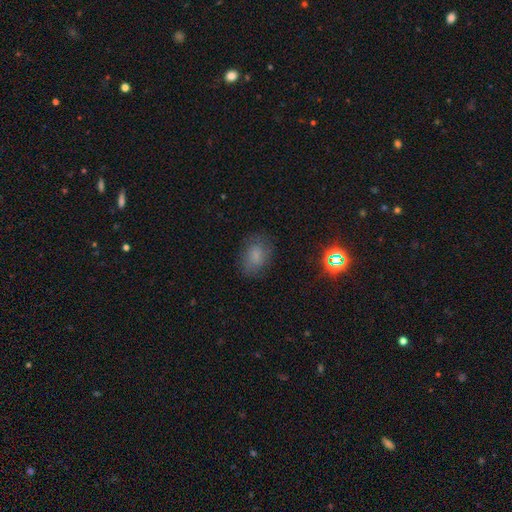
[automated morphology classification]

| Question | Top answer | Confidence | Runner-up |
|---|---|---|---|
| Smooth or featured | smooth | 68% | featured or disk (16%) |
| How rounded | in between | 76% | round (23%) |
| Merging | none | 74% | minor disturbance (18%) |